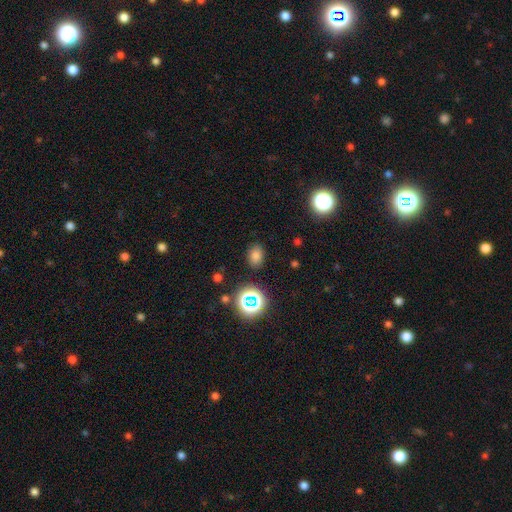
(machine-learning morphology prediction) Smooth or featured? Predicted: smooth (p=0.74). How rounded? Predicted: in between (p=0.68). Merging? Predicted: none (p=0.84).